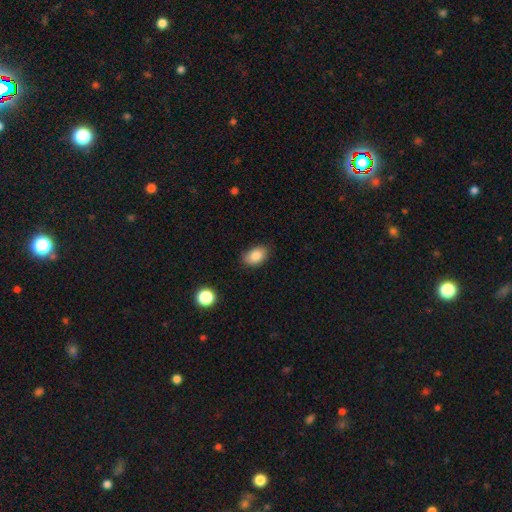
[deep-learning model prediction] smooth_or_featured: smooth (p=0.85) [alt: star or artifact p=0.08]
how_rounded: in between (p=0.86) [alt: round p=0.12]
merging: none (p=0.79) [alt: minor disturbance p=0.16]